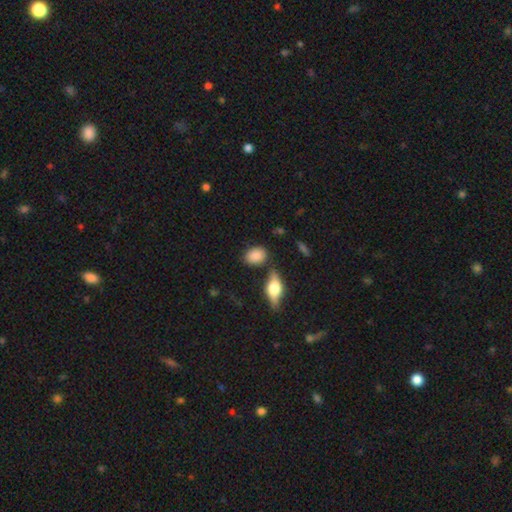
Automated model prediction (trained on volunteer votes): The model was most divided on "how rounded": in between: 68%, round: 29%, cigar-shaped: 3%. More confident: smooth or featured — smooth (83%); merging — none (71%).